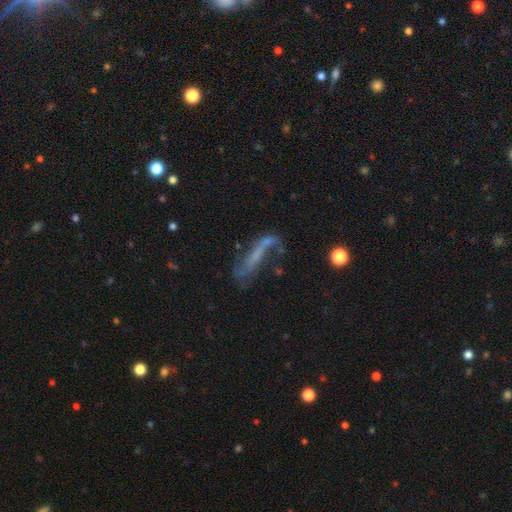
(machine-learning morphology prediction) Overall: featured or disk (60%; smooth 27%). Edge-on disk: no (68%; yes 32%). Merging: none (37%; major disturbance 32%).